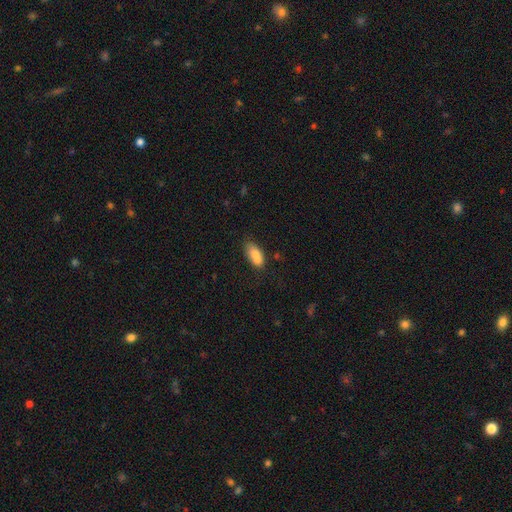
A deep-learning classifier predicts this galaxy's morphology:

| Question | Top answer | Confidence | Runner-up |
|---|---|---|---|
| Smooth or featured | smooth | 77% | featured or disk (15%) |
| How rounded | in between | 85% | cigar-shaped (10%) |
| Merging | none | 49% | merger (24%) |